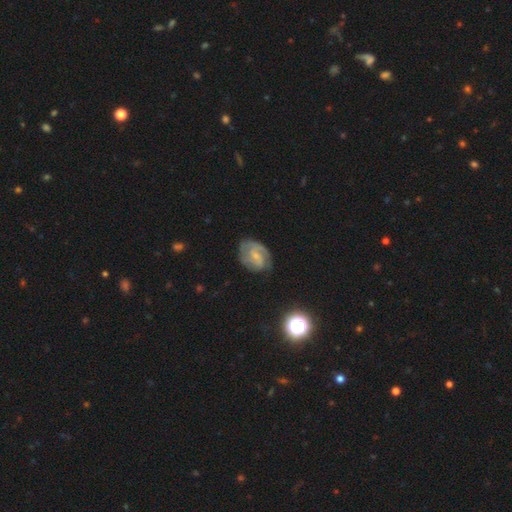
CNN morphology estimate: smooth_or_featured: featured or disk (p=0.72) [alt: smooth p=0.21]
disk_edge_on: no (p=0.97) [alt: yes p=0.03]
bar: weak (p=0.51) [alt: no p=0.37]
has_spiral_arms: yes (p=0.90) [alt: no p=0.10]
spiral_winding: tight (p=0.44) [alt: medium p=0.41]
spiral_arm_count: 2 (p=0.53) [alt: can't tell p=0.23]
bulge_size: small (p=0.64) [alt: moderate p=0.24]
merging: none (p=0.67) [alt: minor disturbance p=0.22]